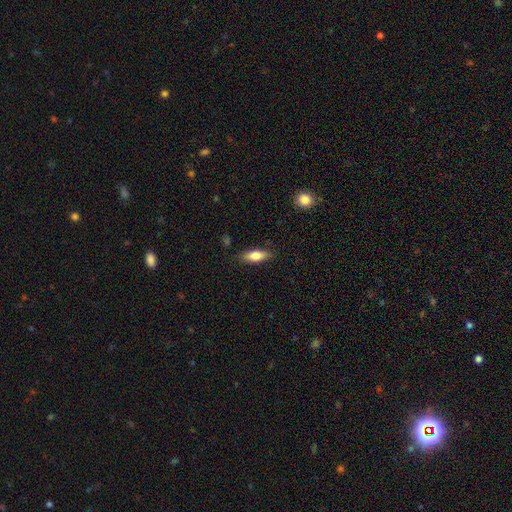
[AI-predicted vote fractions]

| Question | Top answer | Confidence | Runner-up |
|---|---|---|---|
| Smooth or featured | smooth | 69% | featured or disk (24%) |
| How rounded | in between | 64% | cigar-shaped (34%) |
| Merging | none | 85% | minor disturbance (11%) |